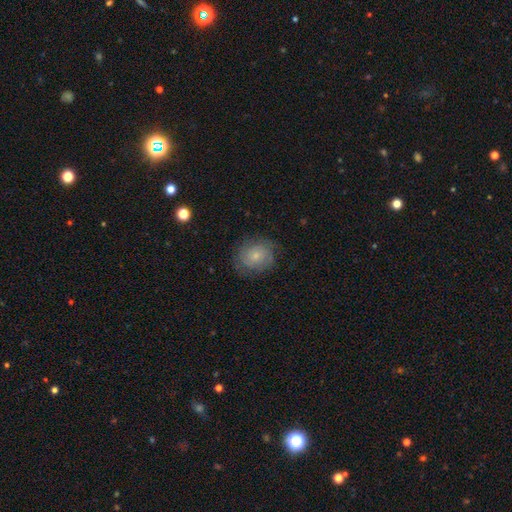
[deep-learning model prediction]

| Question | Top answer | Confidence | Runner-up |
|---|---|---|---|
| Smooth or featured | smooth | 61% | featured or disk (30%) |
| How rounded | round | 67% | in between (32%) |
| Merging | none | 73% | minor disturbance (19%) |